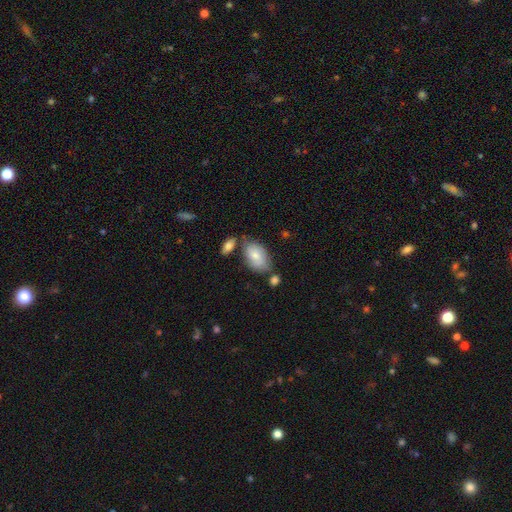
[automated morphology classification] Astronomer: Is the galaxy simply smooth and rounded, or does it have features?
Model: smooth — 75%.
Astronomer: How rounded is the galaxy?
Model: in between — 92%.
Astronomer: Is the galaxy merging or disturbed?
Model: none — 56%.